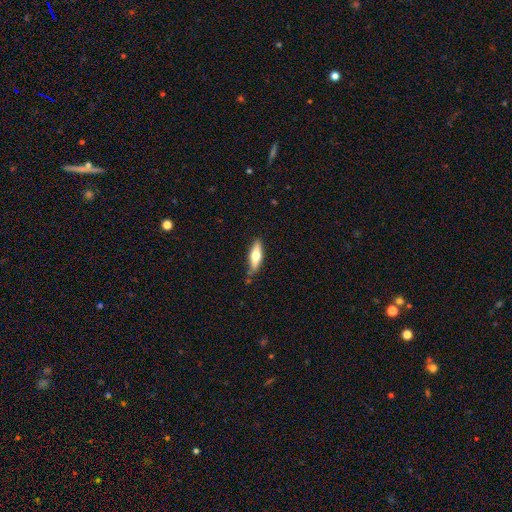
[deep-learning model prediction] Morphology: type=smooth (55%); roundness=cigar-shaped (58%); merging=none (79%).